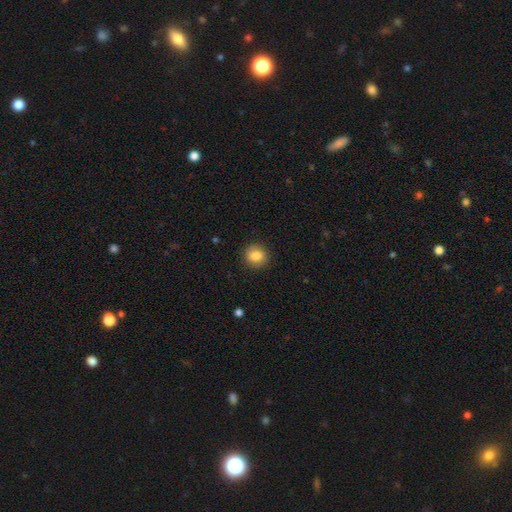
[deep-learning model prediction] Q: Smooth or featured?
A: smooth (82%); runner-up: star or artifact (9%)
Q: How rounded?
A: round (85%); runner-up: in between (14%)
Q: Merging?
A: none (88%); runner-up: minor disturbance (9%)